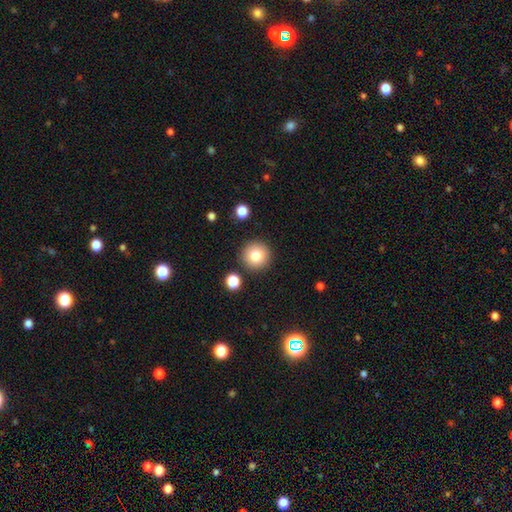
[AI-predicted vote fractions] smooth-or-featured: smooth: 81% | star or artifact: 10% | featured or disk: 9%
  how-rounded: round: 96% | in between: 4% | cigar-shaped: 1%
  merging: none: 89% | minor disturbance: 6% | merger: 3% | major disturbance: 2%